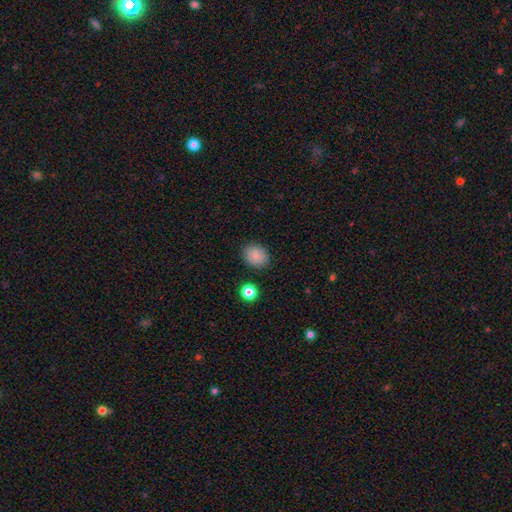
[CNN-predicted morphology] A smooth galaxy with no disk features (87%) that is round (52%).

Vote fractions:
- Smooth or featured? smooth: 87% / star or artifact: 9% / featured or disk: 4%
- How rounded? round: 52% / in between: 47% / cigar-shaped: 1%
- Merging? none: 88% / minor disturbance: 8% / major disturbance: 2% / merger: 2%